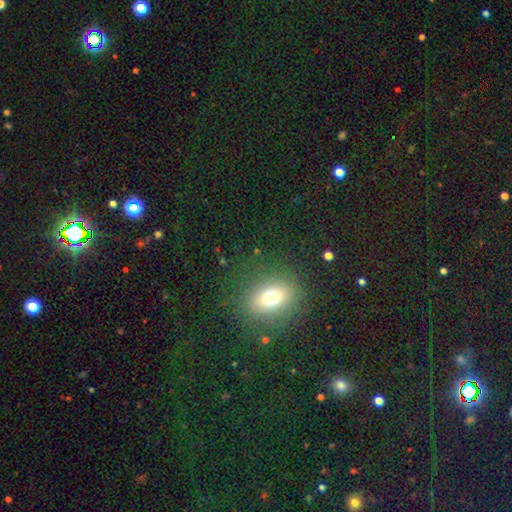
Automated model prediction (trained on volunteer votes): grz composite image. It shows a smooth galaxy with no disk features (62%) that is in between round and cigar-shaped (63%). Merging: none (89%).